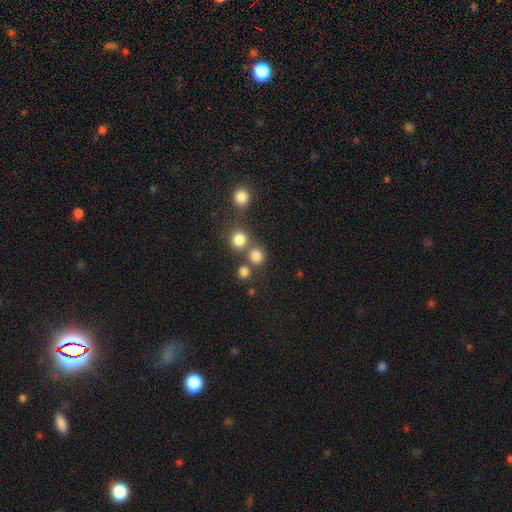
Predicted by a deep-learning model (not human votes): A smooth galaxy with no disk features (80%) that is round (89%).

Vote fractions:
- Smooth or featured? smooth: 80% / star or artifact: 15% / featured or disk: 5%
- How rounded? round: 89% / in between: 10% / cigar-shaped: 1%
- Merging? none: 65% / merger: 24% / minor disturbance: 7% / major disturbance: 4%